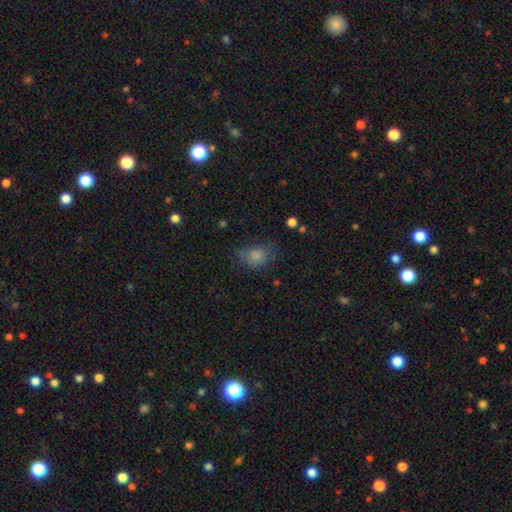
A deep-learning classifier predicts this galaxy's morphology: smooth-or-featured: smooth: 80% | star or artifact: 11% | featured or disk: 9%
  how-rounded: in between: 63% | round: 36% | cigar-shaped: 1%
  merging: none: 53% | minor disturbance: 30% | major disturbance: 14% | merger: 2%